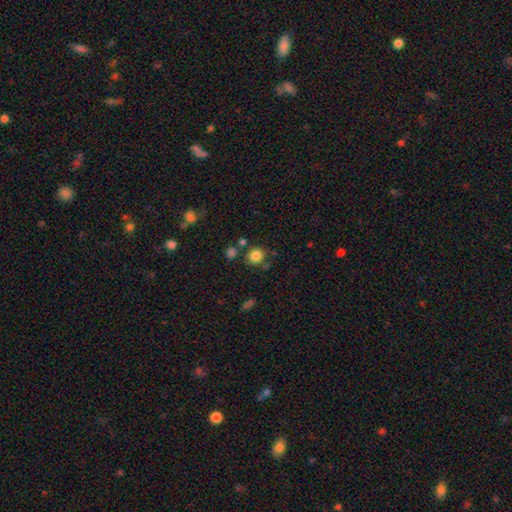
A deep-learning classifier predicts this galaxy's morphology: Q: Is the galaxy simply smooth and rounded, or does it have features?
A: smooth — 83%.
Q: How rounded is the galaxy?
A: round — 86%.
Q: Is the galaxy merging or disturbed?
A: none — 76%.